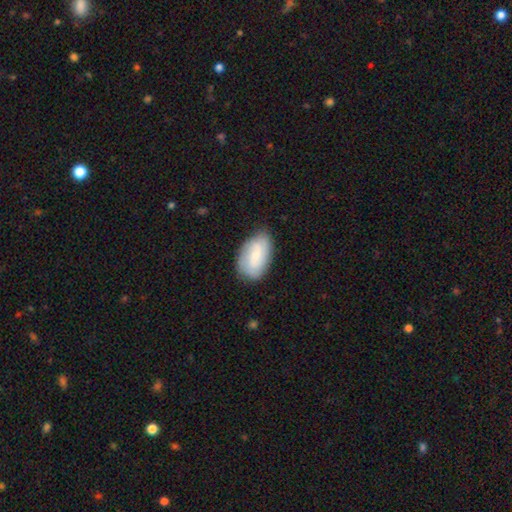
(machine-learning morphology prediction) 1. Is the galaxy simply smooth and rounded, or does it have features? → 52% smooth, 41% featured or disk, 6% star or artifact.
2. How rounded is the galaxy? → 92% in between, 6% round, 2% cigar-shaped.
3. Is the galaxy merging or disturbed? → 74% none, 20% minor disturbance, 4% major disturbance, 1% merger.